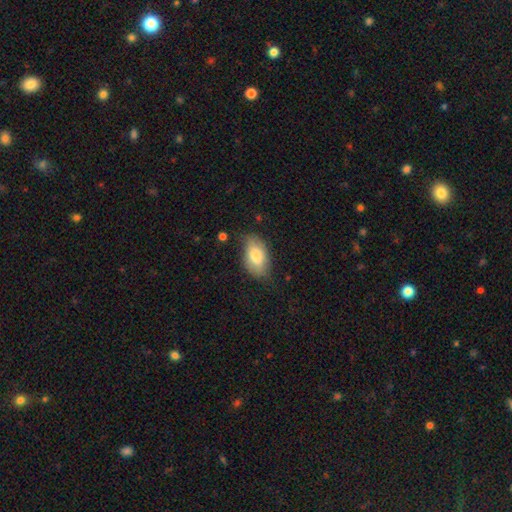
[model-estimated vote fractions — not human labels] Q: Smooth or featured?
A: smooth (78%); runner-up: featured or disk (15%)
Q: How rounded?
A: in between (92%); runner-up: round (5%)
Q: Merging?
A: none (68%); runner-up: minor disturbance (25%)